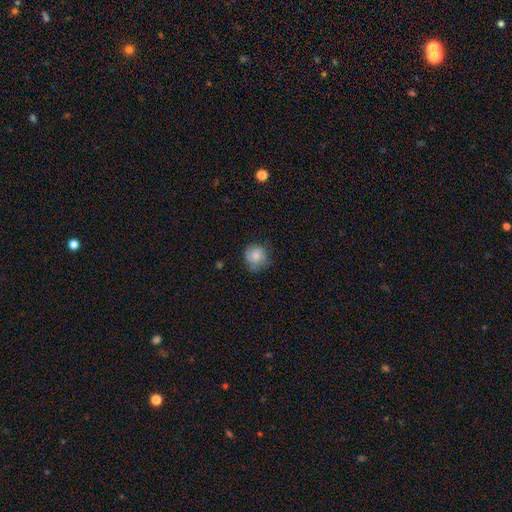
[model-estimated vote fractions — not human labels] smooth_or_featured: smooth (p=0.78) [alt: featured or disk p=0.14]
how_rounded: round (p=0.83) [alt: in between p=0.16]
merging: none (p=0.62) [alt: minor disturbance p=0.28]